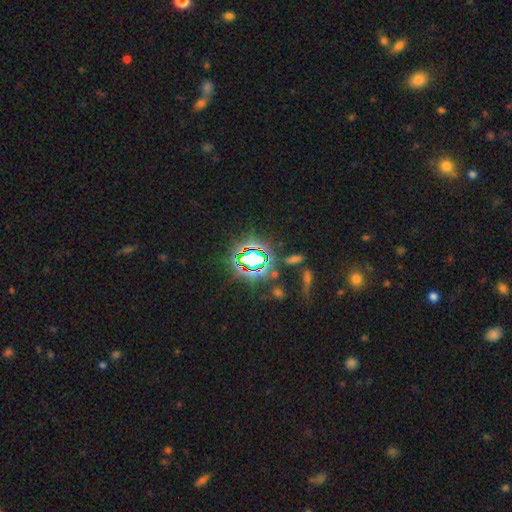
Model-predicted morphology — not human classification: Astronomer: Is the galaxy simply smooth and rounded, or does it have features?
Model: star or artifact — 71%.